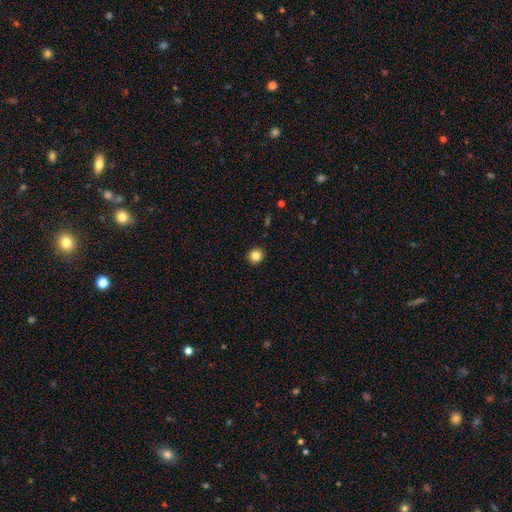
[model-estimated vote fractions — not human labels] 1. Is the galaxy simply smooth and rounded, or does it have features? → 84% smooth, 11% star or artifact, 5% featured or disk.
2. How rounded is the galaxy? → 89% round, 10% in between, 1% cigar-shaped.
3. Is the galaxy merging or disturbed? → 92% none, 5% minor disturbance, 2% major disturbance, 1% merger.